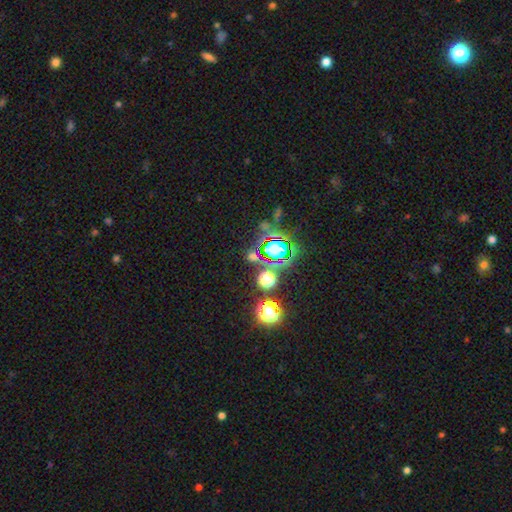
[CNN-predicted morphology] This is likely a star or artifact rather than a galaxy (72%).